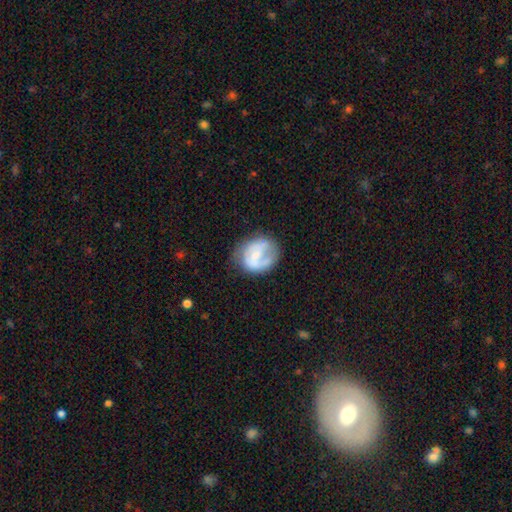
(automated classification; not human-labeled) A featured or disk galaxy (58%) with no bar (43%), spiral arms (71%) and a small central bulge (43%).

Vote fractions:
- Smooth or featured? featured or disk: 58% / smooth: 35% / star or artifact: 7%
- Edge-on disk? no: 98% / yes: 2%
- Bar? no: 43% / weak: 42% / strong: 15%
- Spiral arms? yes: 71% / no: 29%
- Bulge size? small: 43% / none: 26% / moderate: 25% / large: 4% / dominant: 1%
- Merging? none: 54% / minor disturbance: 25% / major disturbance: 18% / merger: 3%